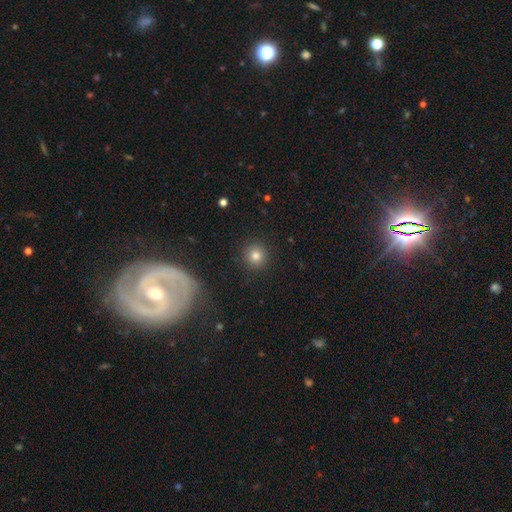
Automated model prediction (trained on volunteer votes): Smooth or featured?
  - smooth: 81% *
  - star or artifact: 12%
  - featured or disk: 7%
How rounded?
  - round: 93% *
  - in between: 6%
  - cigar-shaped: 1%
Merging?
  - none: 91% *
  - minor disturbance: 6%
  - major disturbance: 2%
  - merger: 1%